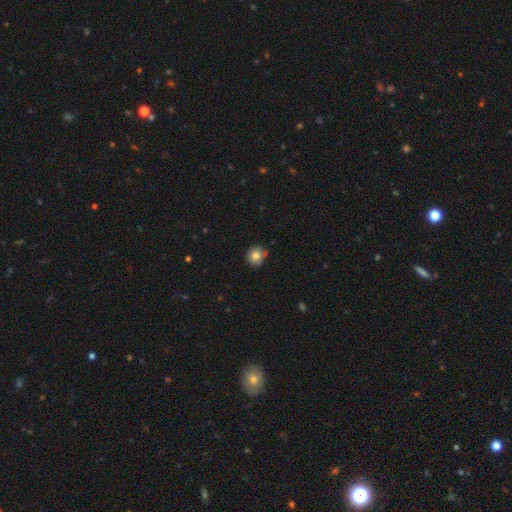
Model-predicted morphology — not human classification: Smooth or featured? Predicted: smooth (p=0.81). How rounded? Predicted: round (p=0.88). Merging? Predicted: none (p=0.79).